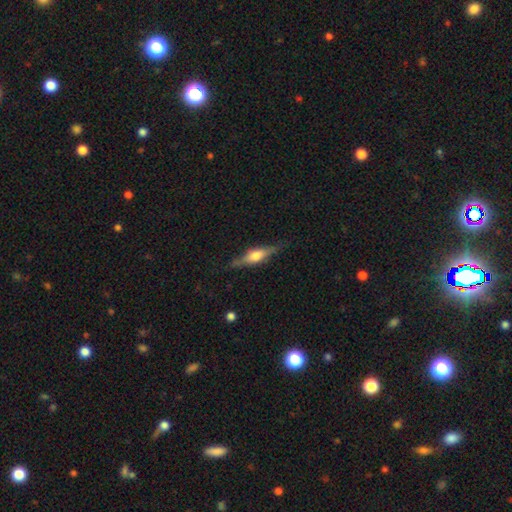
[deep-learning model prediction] Smooth or featured? featured or disk (62%)
Edge-on disk? yes (95%)
Edge-on bulge? rounded (85%)
Merging? none (83%)